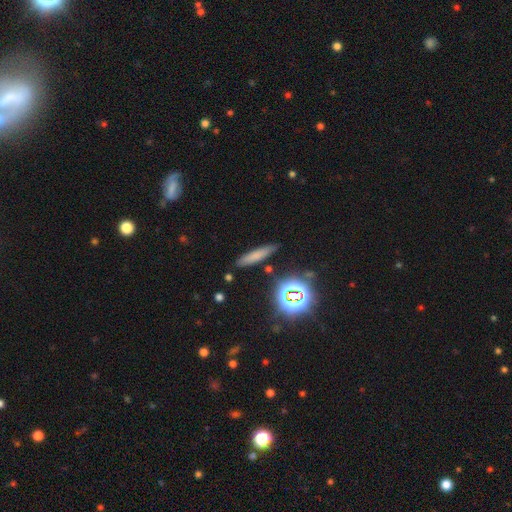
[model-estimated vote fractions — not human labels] Smooth or featured? smooth (67%)
How rounded? cigar-shaped (84%)
Merging? none (85%)